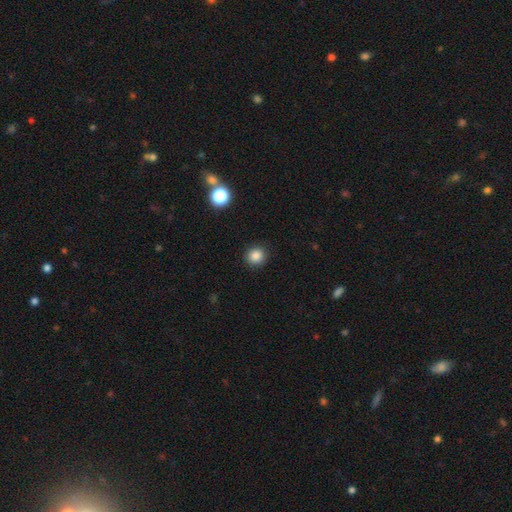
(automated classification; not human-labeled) Q: Smooth or featured?
A: smooth (85%); runner-up: star or artifact (11%)
Q: How rounded?
A: round (89%); runner-up: in between (10%)
Q: Merging?
A: none (91%); runner-up: minor disturbance (6%)